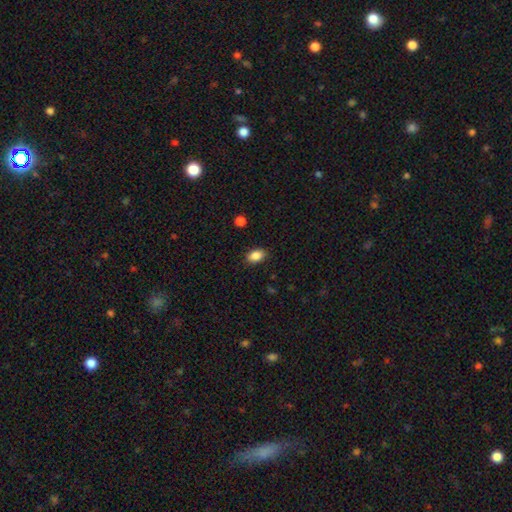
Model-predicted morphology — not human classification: Q: Smooth or featured?
A: smooth (88%); runner-up: star or artifact (8%)
Q: How rounded?
A: in between (86%); runner-up: round (13%)
Q: Merging?
A: none (88%); runner-up: minor disturbance (9%)